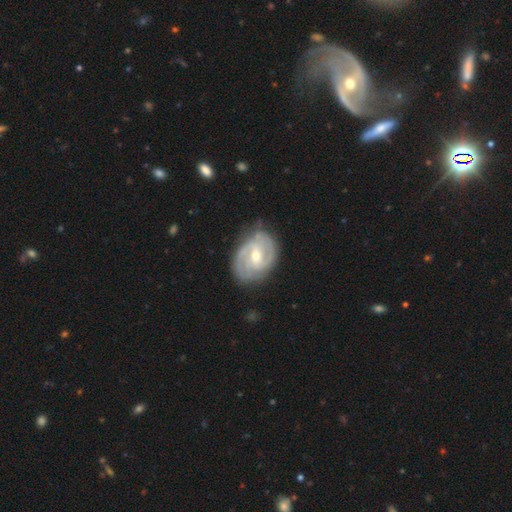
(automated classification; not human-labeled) A featured or disk galaxy (88%) with a weak bar (53%), 2 (62%) tight (54%) spiral arms (96%) and a moderate central bulge (51%). Merging: none (75%).